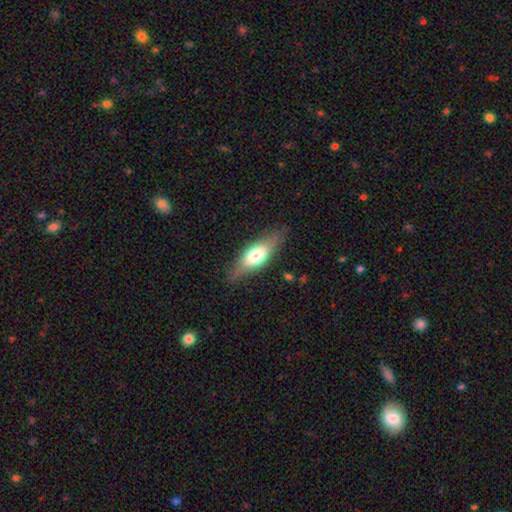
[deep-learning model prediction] The model was most divided on "smooth or featured": smooth: 55%, featured or disk: 39%, star or artifact: 6%. More confident: merging — none (78%); how rounded — in between (64%).